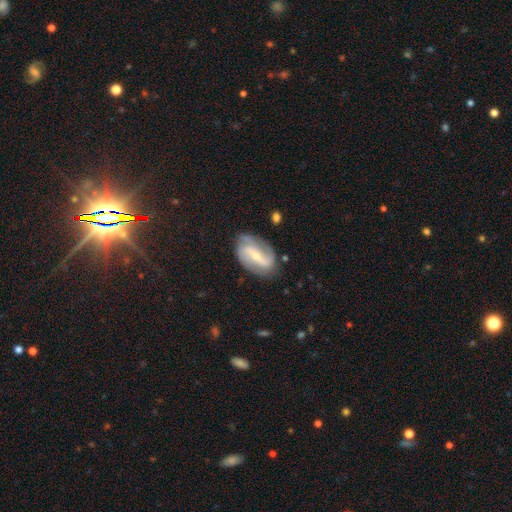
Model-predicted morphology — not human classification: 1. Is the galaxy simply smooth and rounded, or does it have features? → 80% featured or disk, 15% smooth, 6% star or artifact.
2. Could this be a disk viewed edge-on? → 96% no, 4% yes.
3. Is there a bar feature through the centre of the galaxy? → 50% strong, 34% weak, 16% no.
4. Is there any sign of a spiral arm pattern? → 92% yes, 8% no.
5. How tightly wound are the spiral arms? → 39% medium, 37% loose, 24% tight.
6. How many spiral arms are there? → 83% 2, 8% can't tell, 4% 3, 3% 1, 1% 4, 1% more than 4.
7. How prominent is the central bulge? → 61% small, 33% moderate, 3% none, 2% large, 1% dominant.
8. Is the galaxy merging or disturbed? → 75% none, 17% minor disturbance, 6% major disturbance, 2% merger.